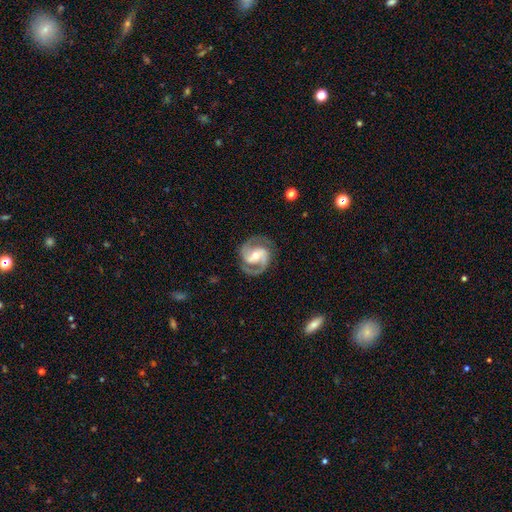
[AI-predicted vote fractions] Smooth or featured?
  - featured or disk: 91% *
  - smooth: 5%
  - star or artifact: 4%
Edge-on disk?
  - no: 98% *
  - yes: 2%
Bar?
  - weak: 42% *
  - strong: 36%
  - no: 22%
Spiral arms?
  - yes: 98% *
  - no: 2%
Spiral winding?
  - medium: 57% *
  - tight: 31%
  - loose: 11%
Spiral arm count?
  - 2: 93% *
  - can't tell: 2%
  - 3: 2%
  - 1: 2%
  - 4: 1%
  - more than 4: 1%
Bulge size?
  - moderate: 61% *
  - small: 33%
  - large: 4%
  - none: 1%
  - dominant: 1%
Merging?
  - none: 82% *
  - minor disturbance: 12%
  - major disturbance: 5%
  - merger: 1%